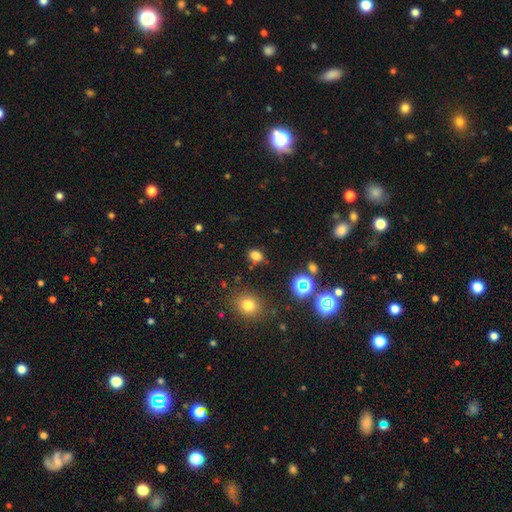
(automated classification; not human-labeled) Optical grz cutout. It shows a smooth galaxy with no disk features (73%) that is in between round and cigar-shaped (65%). Merging: none (77%).